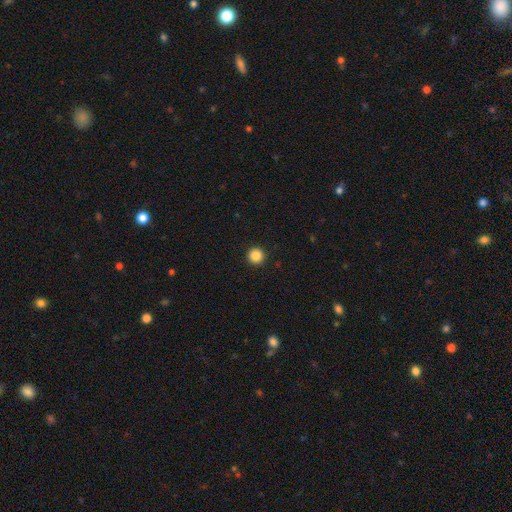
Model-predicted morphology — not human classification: Q: Smooth or featured?
A: smooth (86%); runner-up: star or artifact (10%)
Q: How rounded?
A: round (96%); runner-up: in between (3%)
Q: Merging?
A: none (94%); runner-up: minor disturbance (4%)